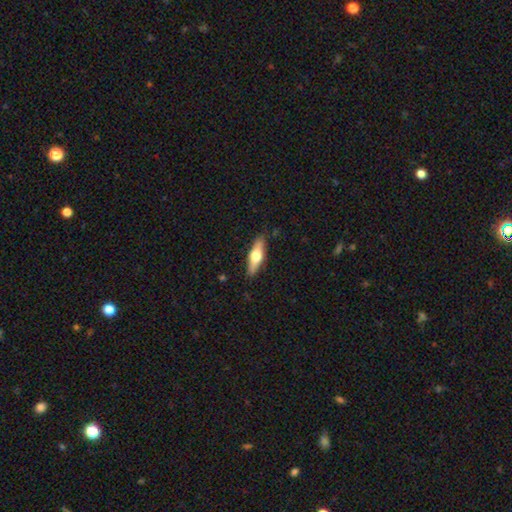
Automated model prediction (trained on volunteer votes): This appears to be a featured or disk galaxy (50%). Merging: none (88%).